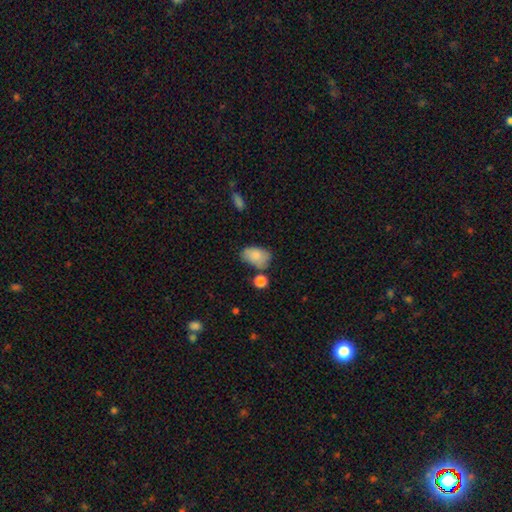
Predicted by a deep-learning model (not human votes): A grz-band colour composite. It shows a smooth galaxy with no disk features (82%) that is in between round and cigar-shaped (89%). Merging: none (55%).